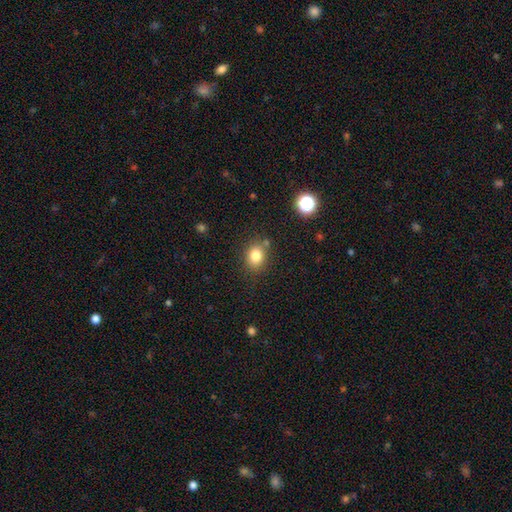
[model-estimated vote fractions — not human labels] smooth 81%, star or artifact 12%, featured or disk 7%. Down the decision tree: how rounded — round (53%); merging — none (76%).